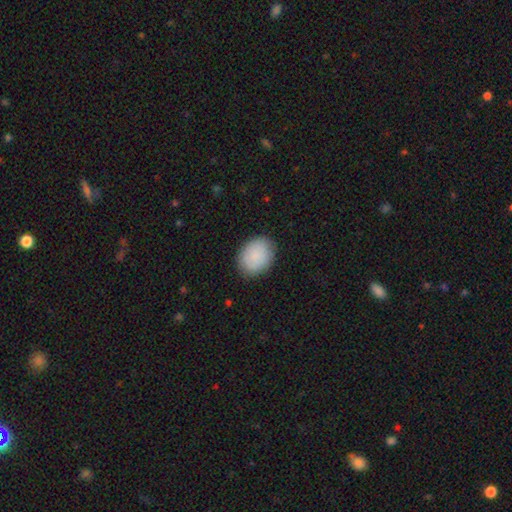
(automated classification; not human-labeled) Overall: smooth (85%). How rounded: in between (57%; round 42%). Merging: none (85%).